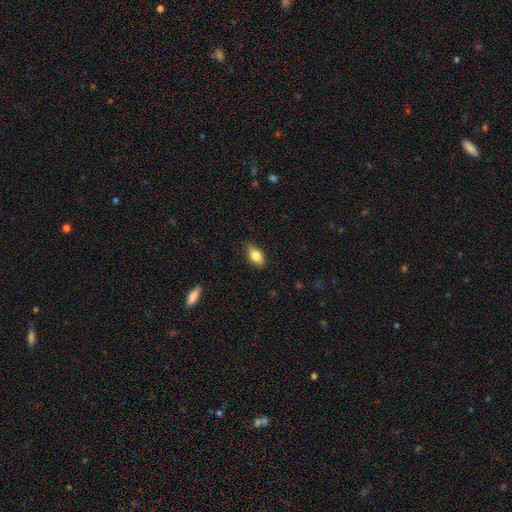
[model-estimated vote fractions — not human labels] A smooth galaxy with no disk features (81%) that is in between round and cigar-shaped (88%). Merging: none (82%).